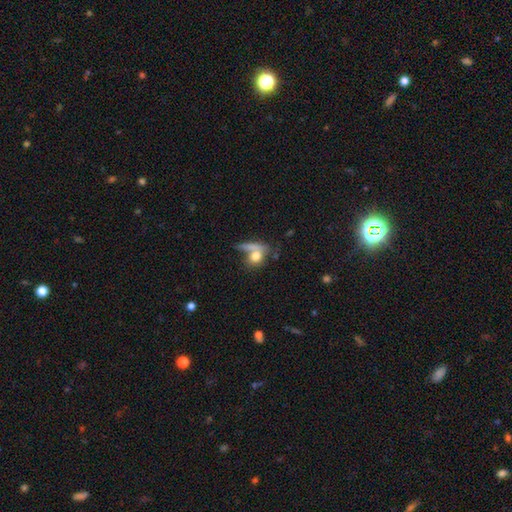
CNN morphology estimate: The model was most divided on "merging": none: 40%, merger: 36%, minor disturbance: 12%, major disturbance: 12%. Remaining: smooth or featured — smooth (72%); how rounded — round (49%).